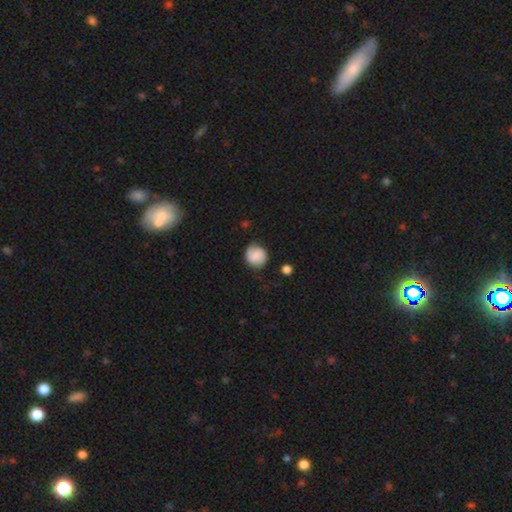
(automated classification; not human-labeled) smooth_or_featured: smooth (p=0.71) [alt: featured or disk p=0.21]
how_rounded: round (p=0.85) [alt: in between p=0.14]
merging: none (p=0.70) [alt: minor disturbance p=0.21]